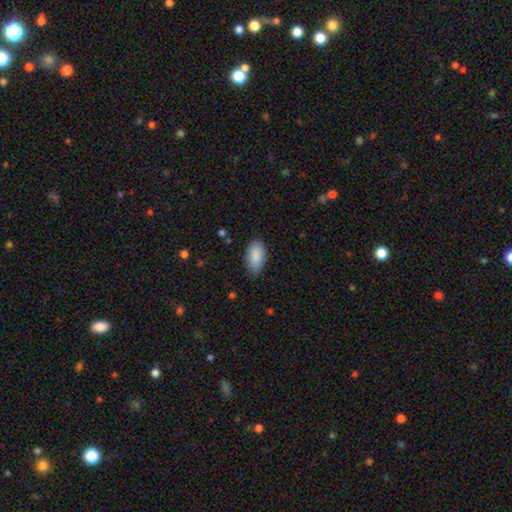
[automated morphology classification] Smooth or featured? Predicted: smooth (p=0.89). How rounded? Predicted: in between (p=0.94). Merging? Predicted: none (p=0.78).